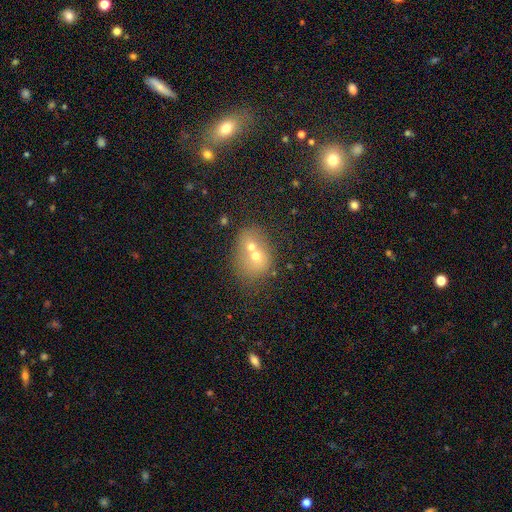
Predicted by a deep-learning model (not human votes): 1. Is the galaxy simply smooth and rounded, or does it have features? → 58% smooth, 26% featured or disk, 17% star or artifact.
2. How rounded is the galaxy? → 55% round, 44% in between, 1% cigar-shaped.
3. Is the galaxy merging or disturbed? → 63% merger, 25% none, 7% minor disturbance, 4% major disturbance.